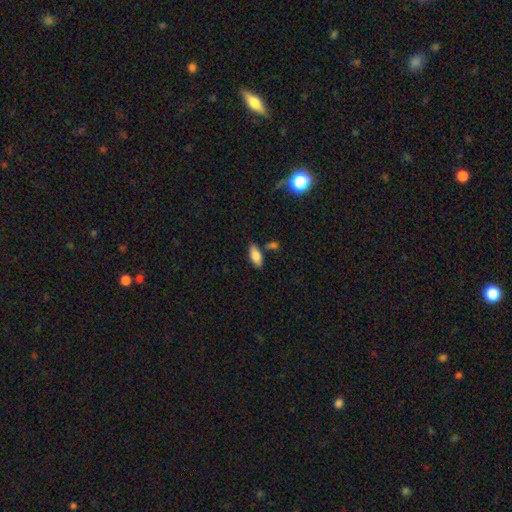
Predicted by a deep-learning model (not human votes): This appears to be a smooth galaxy with no disk features (82%) that is in between round and cigar-shaped (85%). Merging: none (73%).